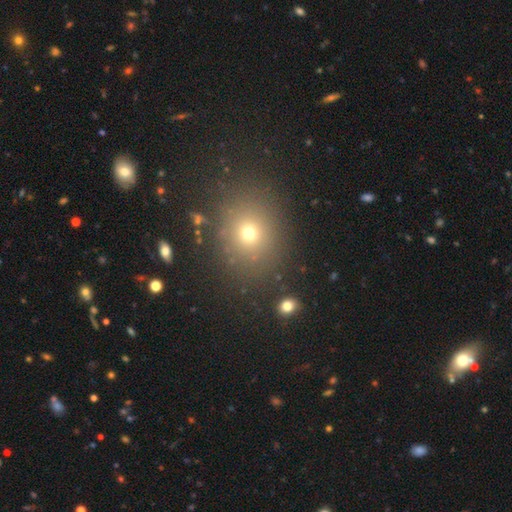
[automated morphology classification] This is possibly a smooth galaxy (58%). How rounded: likely round (69%). Merging: clearly none (86%).